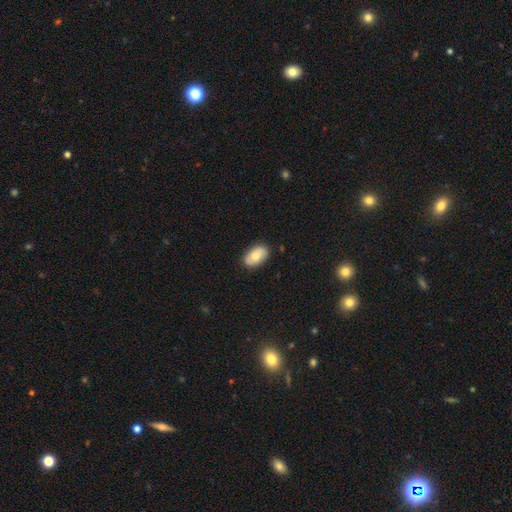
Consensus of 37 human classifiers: smooth-or-featured: smooth: 84% | featured or disk: 16% | star or artifact: 0%
  how-rounded: in between: 97% | round: 3% | cigar-shaped: 0%
  merging: none: 73% | minor disturbance: 24% | major disturbance: 3% | merger: 0%